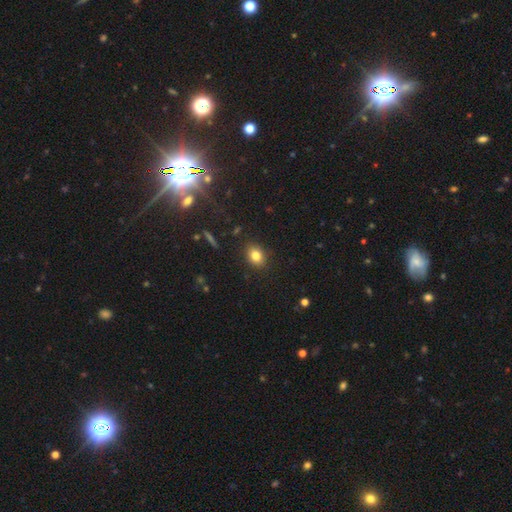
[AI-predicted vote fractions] This appears to be a smooth galaxy with no disk features (81%) that is in between round and cigar-shaped (61%). Merging: none (88%).